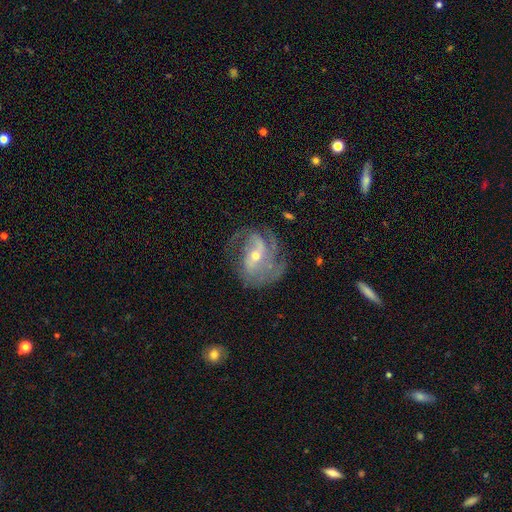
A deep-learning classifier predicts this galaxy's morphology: Smooth or featured: featured or disk — 85% (smooth — 8%)
Edge-on disk: no — 97% (yes — 3%)
Bar: weak — 40% (no — 38%)
Spiral arms: yes — 94% (no — 6%)
Spiral winding: medium — 45% (tight — 36%)
Spiral arm count: 3 — 31% (2 — 28%)
Bulge size: small — 55% (moderate — 41%)
Merging: none — 58% (minor disturbance — 21%)